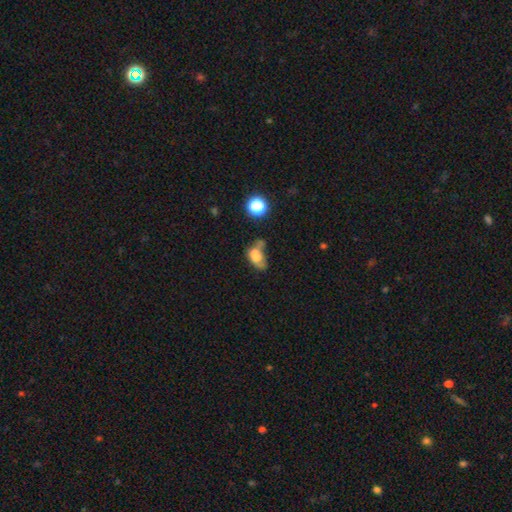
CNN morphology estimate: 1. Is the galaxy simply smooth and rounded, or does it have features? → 64% smooth, 22% featured or disk, 14% star or artifact.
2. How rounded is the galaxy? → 81% in between, 16% round, 3% cigar-shaped.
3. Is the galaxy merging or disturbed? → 30% merger, 29% major disturbance, 21% none, 20% minor disturbance.